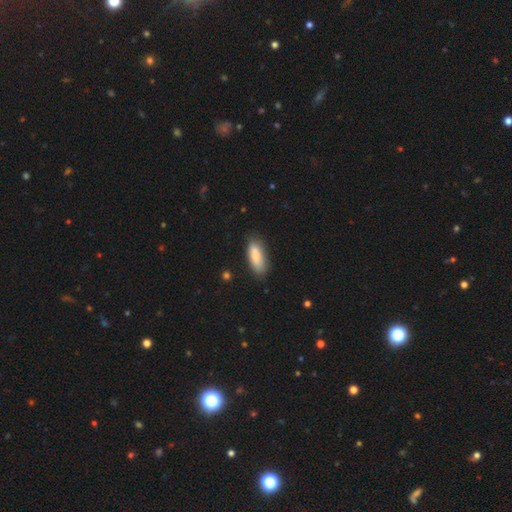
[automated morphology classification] smooth 80%, featured or disk 14%, star or artifact 6%. Down the decision tree: how rounded — in between (68%); merging — none (79%).